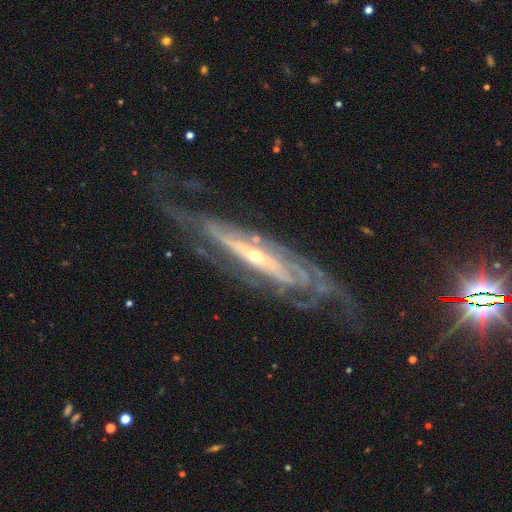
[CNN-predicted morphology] Smooth or featured?
  - featured or disk: 87% *
  - smooth: 7%
  - star or artifact: 6%
Edge-on disk?
  - no: 68% *
  - yes: 32%
Bar?
  - no: 55% *
  - strong: 23%
  - weak: 22%
Spiral arms?
  - yes: 91% *
  - no: 9%
Spiral winding?
  - tight: 61% *
  - medium: 28%
  - loose: 11%
Spiral arm count?
  - can't tell: 39% *
  - 2: 28%
  - 3: 13%
  - 4: 8%
  - more than 4: 7%
  - 1: 6%
Bulge size?
  - small: 60% *
  - moderate: 36%
  - large: 2%
  - none: 1%
  - dominant: 1%
Merging?
  - none: 58% *
  - minor disturbance: 22%
  - major disturbance: 17%
  - merger: 3%